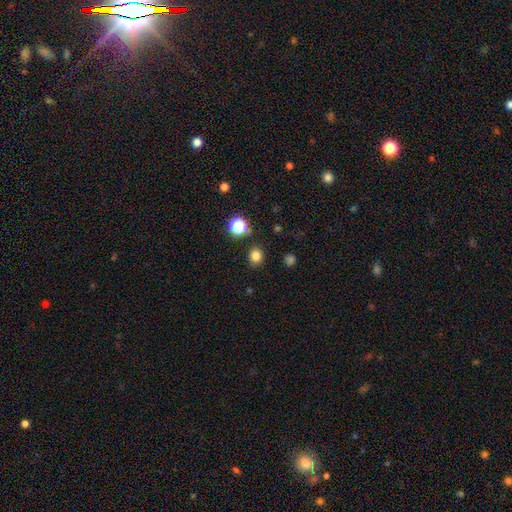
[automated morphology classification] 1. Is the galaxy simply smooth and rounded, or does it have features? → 81% smooth, 15% star or artifact, 4% featured or disk.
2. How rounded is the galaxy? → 68% round, 31% in between, 1% cigar-shaped.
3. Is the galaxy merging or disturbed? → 86% none, 9% minor disturbance, 3% major disturbance, 2% merger.